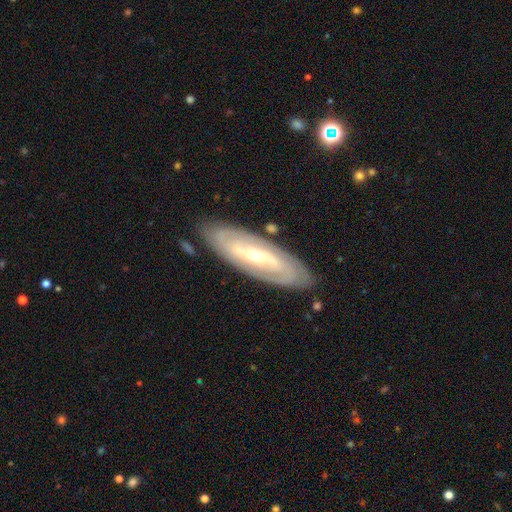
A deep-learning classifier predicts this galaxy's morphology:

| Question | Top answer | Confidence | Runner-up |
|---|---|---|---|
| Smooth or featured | featured or disk | 80% | smooth (15%) |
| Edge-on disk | no | 83% | yes (17%) |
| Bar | no | 36% | weak (35%) |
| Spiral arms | yes | 82% | no (18%) |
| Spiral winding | tight | 67% | medium (25%) |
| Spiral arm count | can't tell | 43% | 2 (41%) |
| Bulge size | small | 51% | moderate (45%) |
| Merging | none | 84% | minor disturbance (12%) |